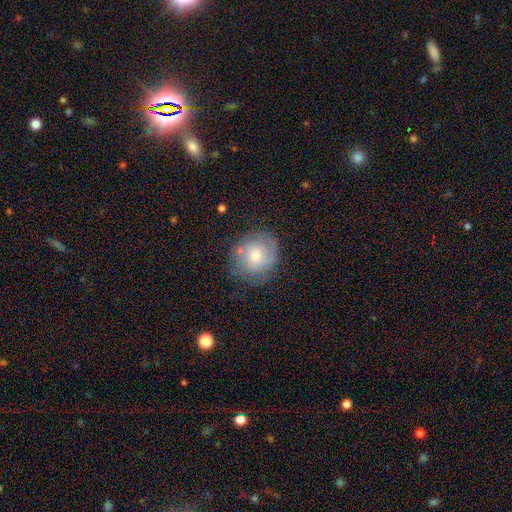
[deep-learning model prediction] smooth_or_featured: smooth (p=0.48) [alt: featured or disk p=0.43]
merging: none (p=0.69) [alt: minor disturbance p=0.20]